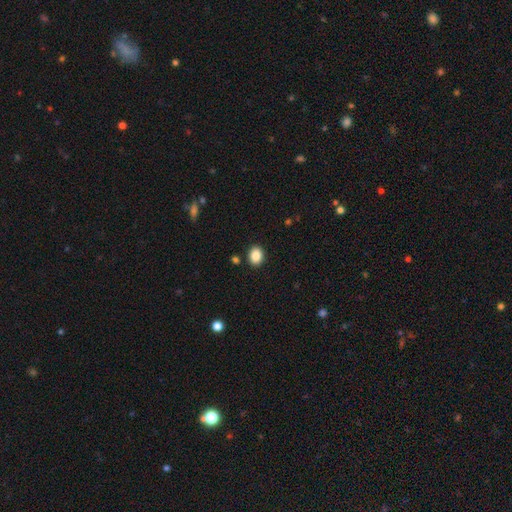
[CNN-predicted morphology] type=smooth (87%); roundness=in between (57%); merging=none (89%).